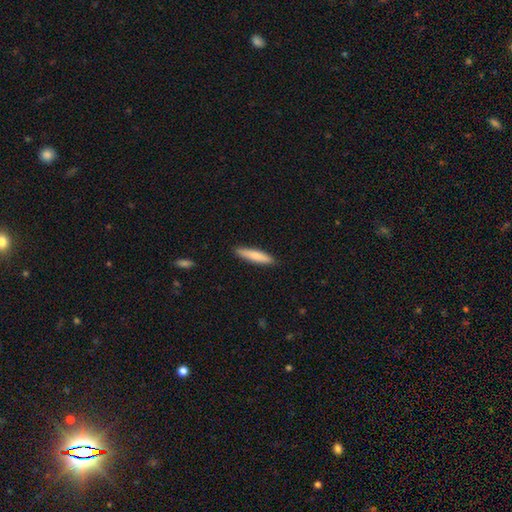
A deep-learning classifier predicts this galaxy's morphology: smooth 78%, featured or disk 17%, star or artifact 5%. Down the decision tree: how rounded — cigar-shaped (84%); merging — none (89%).